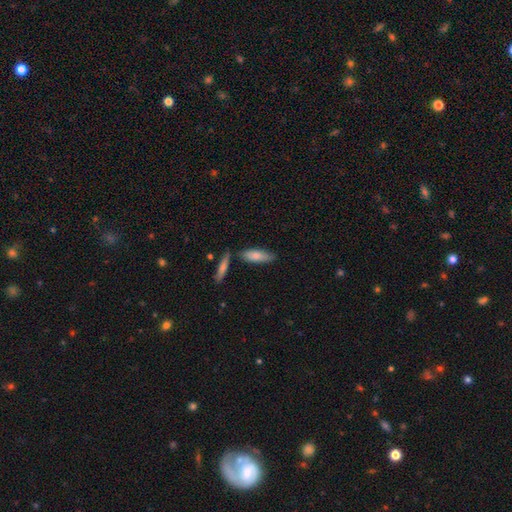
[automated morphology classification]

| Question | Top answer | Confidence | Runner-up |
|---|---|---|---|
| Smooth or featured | smooth | 78% | featured or disk (17%) |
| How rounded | in between | 51% | cigar-shaped (47%) |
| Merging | none | 72% | minor disturbance (14%) |